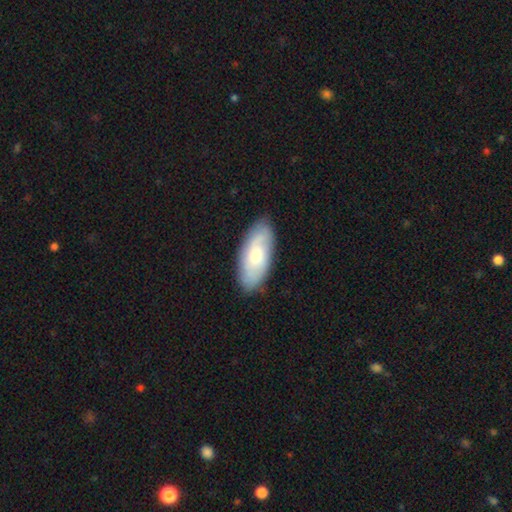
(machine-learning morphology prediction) Smooth or featured? Predicted: smooth (p=0.56). How rounded? Predicted: in between (p=0.88). Merging? Predicted: none (p=0.83).